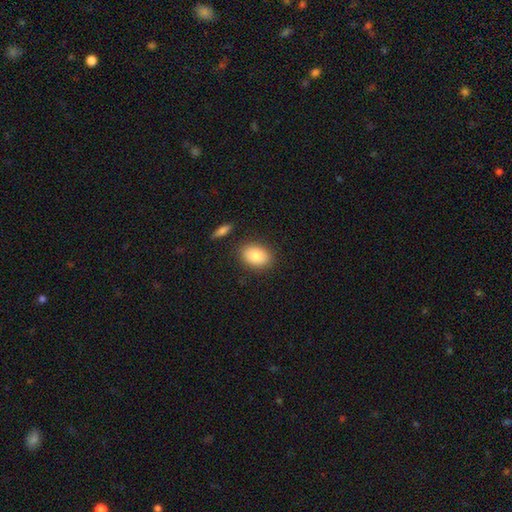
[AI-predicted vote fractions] Smooth or featured? smooth (85%)
How rounded? in between (81%)
Merging? none (85%)